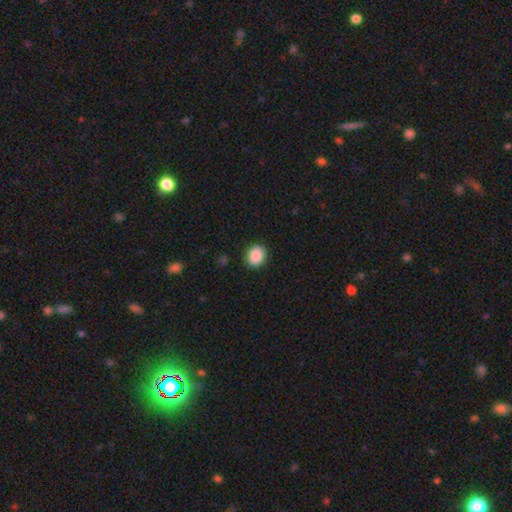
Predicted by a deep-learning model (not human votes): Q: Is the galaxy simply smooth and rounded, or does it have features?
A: smooth — 89%.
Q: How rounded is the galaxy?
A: round — 61%.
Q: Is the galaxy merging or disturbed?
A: none — 89%.